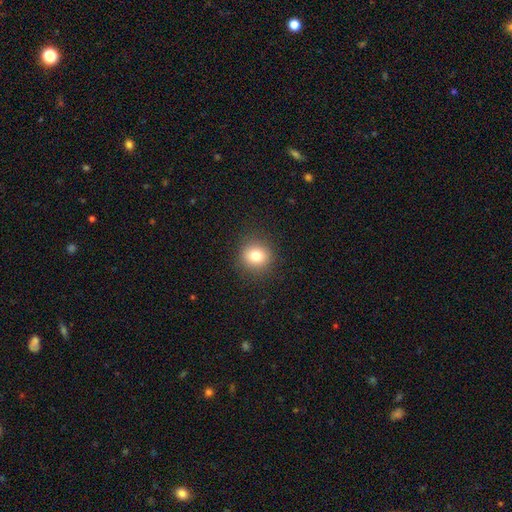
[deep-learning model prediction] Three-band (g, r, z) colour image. It shows a smooth galaxy with no disk features (79%) that is round (90%). Merging: none (90%).